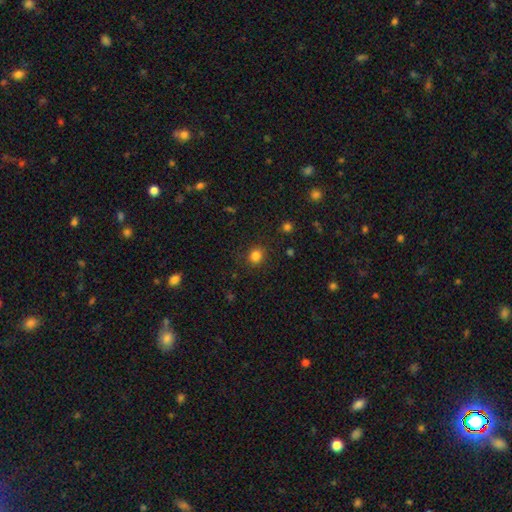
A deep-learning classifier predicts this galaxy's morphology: smooth_or_featured: smooth (p=0.83) [alt: star or artifact p=0.12]
how_rounded: round (p=0.83) [alt: in between p=0.16]
merging: none (p=0.88) [alt: minor disturbance p=0.08]